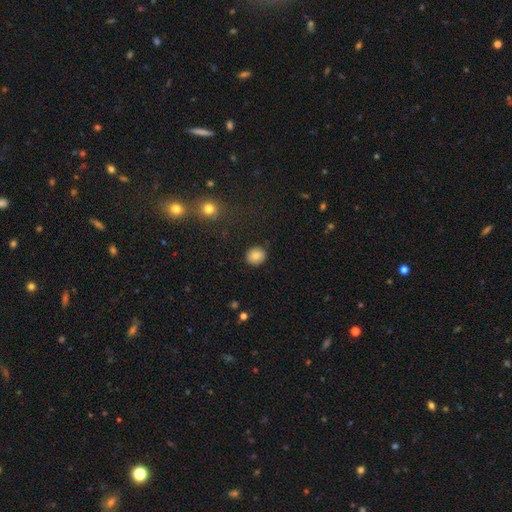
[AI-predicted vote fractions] This appears to be a smooth galaxy with no disk features (81%) that is round (75%). Merging: none (89%).